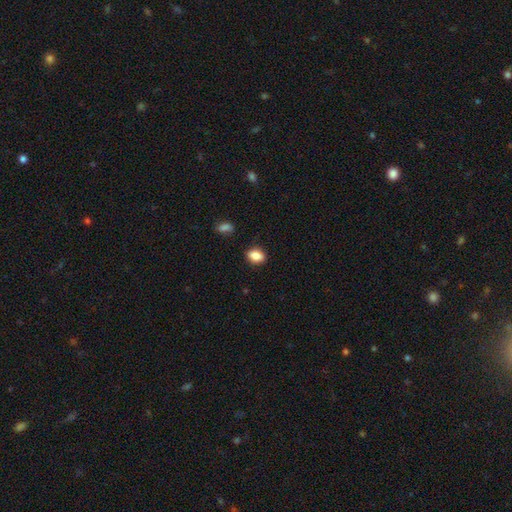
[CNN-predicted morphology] The model was most divided on "how rounded": in between: 79%, round: 19%, cigar-shaped: 2%. More confident: smooth or featured — smooth (86%); merging — none (86%).